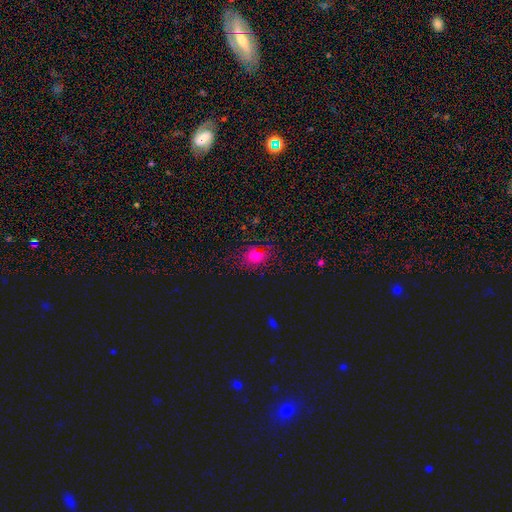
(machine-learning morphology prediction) A smooth galaxy with no disk features (74%) that is round (54%). Merging: none (80%).